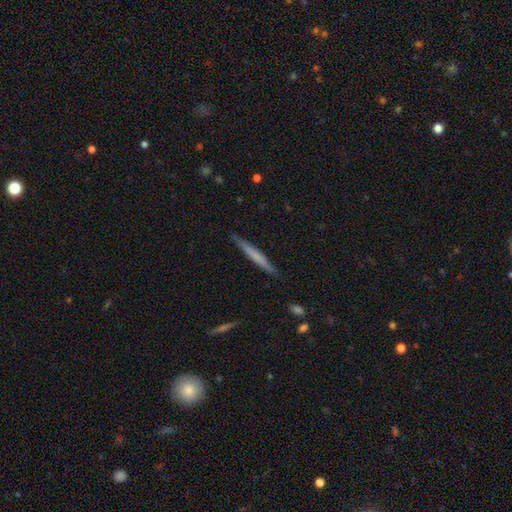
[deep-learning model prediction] Overall: smooth (57%; featured or disk 37%). How rounded: cigar-shaped (96%). Merging: none (88%).